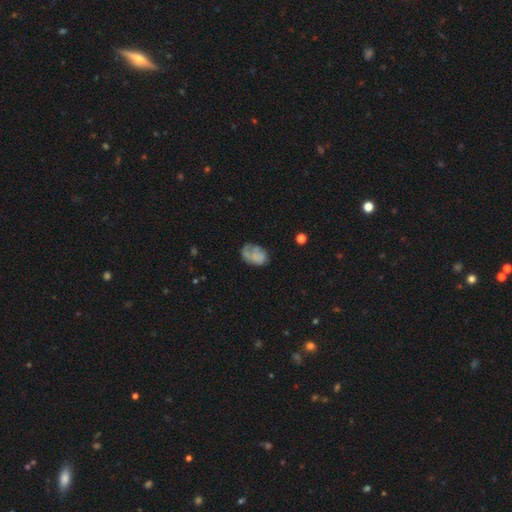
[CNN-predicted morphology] Smooth or featured? smooth (59%)
How rounded? in between (81%)
Merging? none (48%)